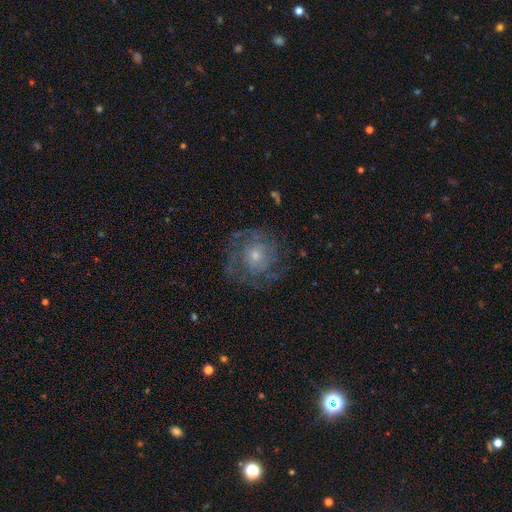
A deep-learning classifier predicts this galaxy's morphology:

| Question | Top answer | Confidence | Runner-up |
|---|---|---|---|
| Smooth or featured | featured or disk | 60% | smooth (30%) |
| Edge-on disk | no | 97% | yes (3%) |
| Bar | no | 83% | weak (15%) |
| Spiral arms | yes | 68% | no (32%) |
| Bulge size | small | 56% | moderate (35%) |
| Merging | none | 69% | minor disturbance (16%) |